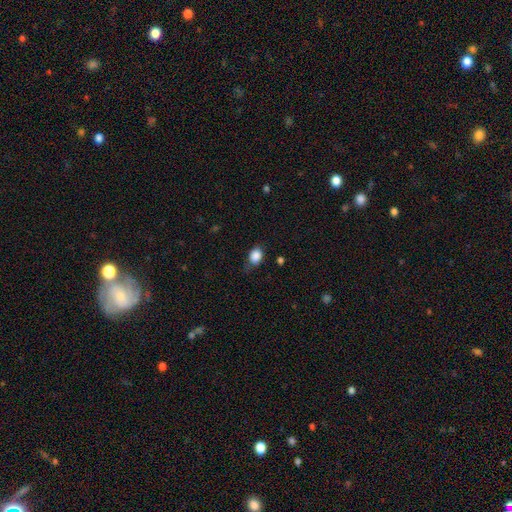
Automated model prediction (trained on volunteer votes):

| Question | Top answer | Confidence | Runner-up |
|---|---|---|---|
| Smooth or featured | smooth | 87% | star or artifact (9%) |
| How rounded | in between | 63% | round (36%) |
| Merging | none | 61% | minor disturbance (29%) |